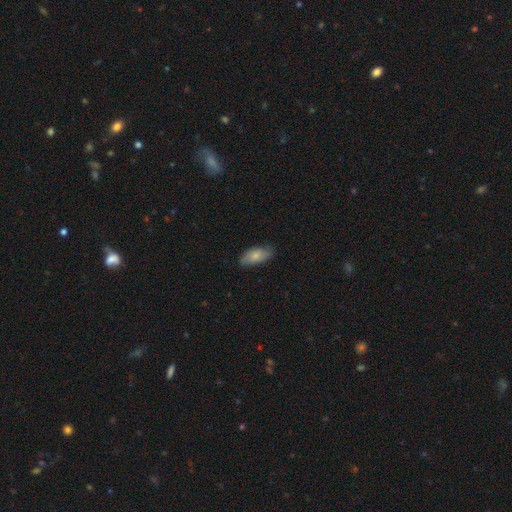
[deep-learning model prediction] smooth-or-featured: smooth: 78% | featured or disk: 16% | star or artifact: 6%
  how-rounded: in between: 88% | cigar-shaped: 10% | round: 2%
  merging: none: 80% | minor disturbance: 16% | major disturbance: 3% | merger: 1%